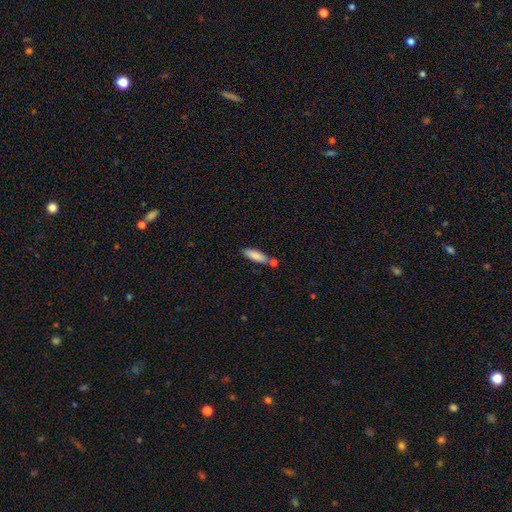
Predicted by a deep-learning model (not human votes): The model was most divided on "how rounded": cigar-shaped: 53%, in between: 45%, round: 2%. More confident: smooth or featured — smooth (83%); merging — none (64%).